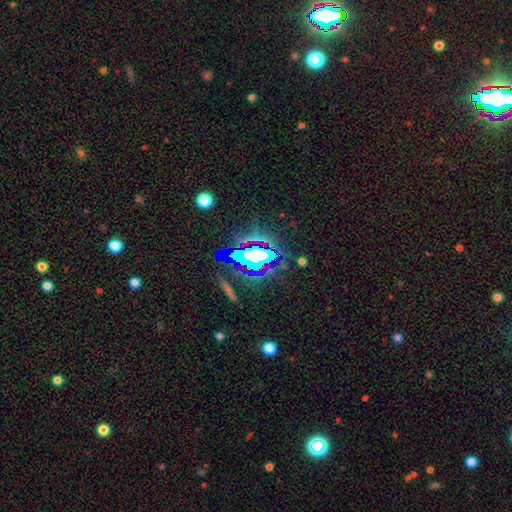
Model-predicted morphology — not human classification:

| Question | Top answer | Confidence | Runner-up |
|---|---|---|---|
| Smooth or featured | star or artifact | 57% | featured or disk (23%) |